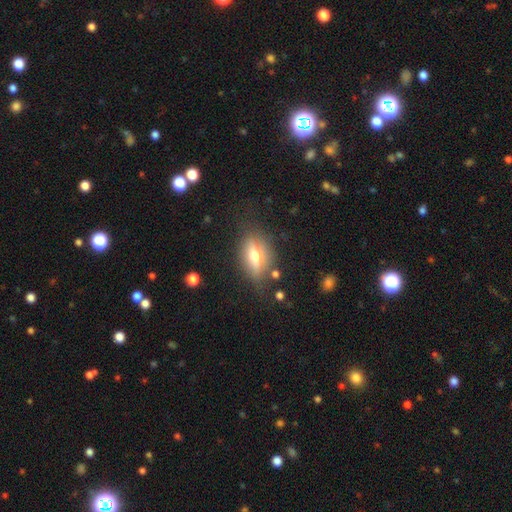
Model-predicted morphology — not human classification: Smooth or featured? Predicted: featured or disk (p=0.54). Edge-on disk? Predicted: yes (p=0.79). Merging? Predicted: none (p=0.74).